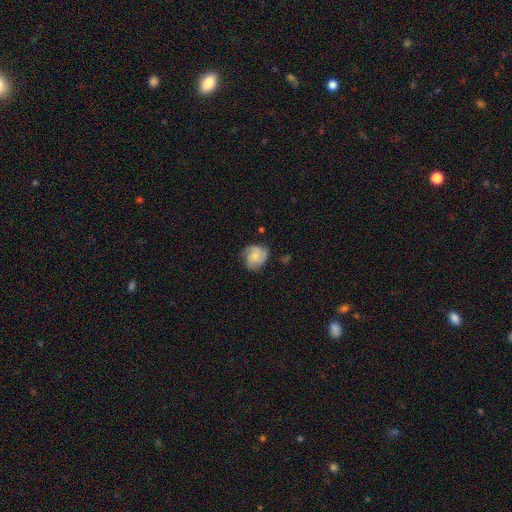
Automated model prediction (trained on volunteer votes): The model was most divided on "smooth or featured": featured or disk: 55%, smooth: 38%, star or artifact: 7%. More confident: edge-on disk — no (98%); spiral arms — yes (92%); bar — no (76%); merging — none (67%); bulge size — small (54%).